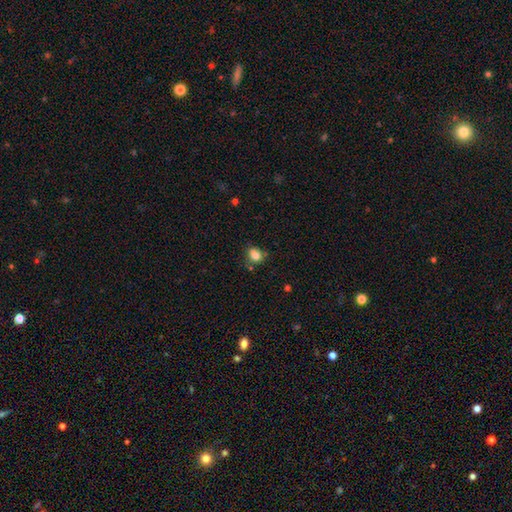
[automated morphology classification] smooth 81%, star or artifact 11%, featured or disk 8%. Down the decision tree: how rounded — round (54%); merging — none (66%).